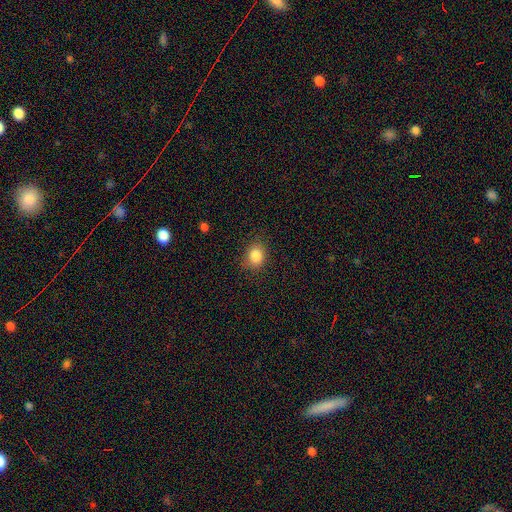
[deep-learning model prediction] This appears to be a smooth galaxy with no disk features (85%) that is round (53%). Merging: none (82%).